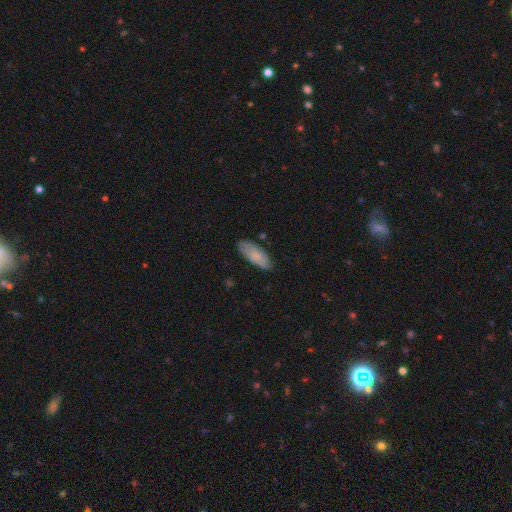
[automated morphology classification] smooth 78%, featured or disk 16%, star or artifact 6%. Down the decision tree: how rounded — in between (77%); merging — none (77%).